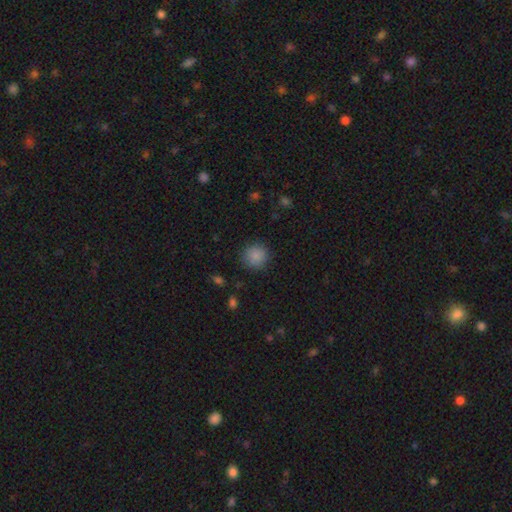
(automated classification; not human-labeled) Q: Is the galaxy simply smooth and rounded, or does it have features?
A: smooth — 87%.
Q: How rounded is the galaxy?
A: round — 90%.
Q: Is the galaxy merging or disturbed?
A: none — 87%.